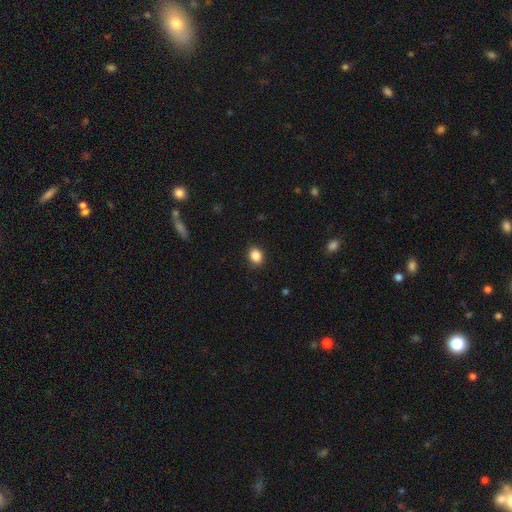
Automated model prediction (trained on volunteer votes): smooth-or-featured: smooth: 86% | star or artifact: 10% | featured or disk: 4%
  how-rounded: round: 57% | in between: 42% | cigar-shaped: 1%
  merging: none: 88% | minor disturbance: 9% | major disturbance: 2% | merger: 1%